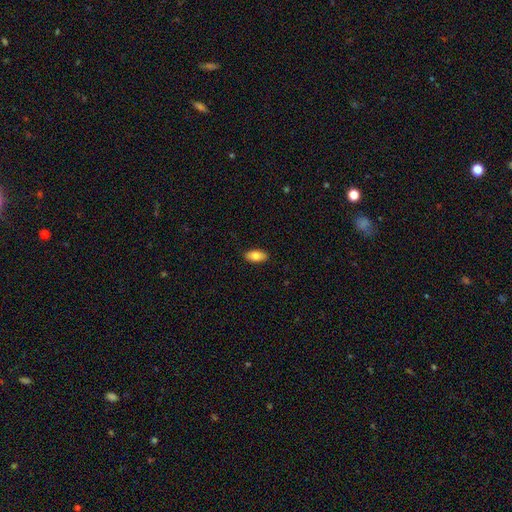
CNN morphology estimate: Overall: smooth (81%). How rounded: in between (92%). Merging: none (90%).